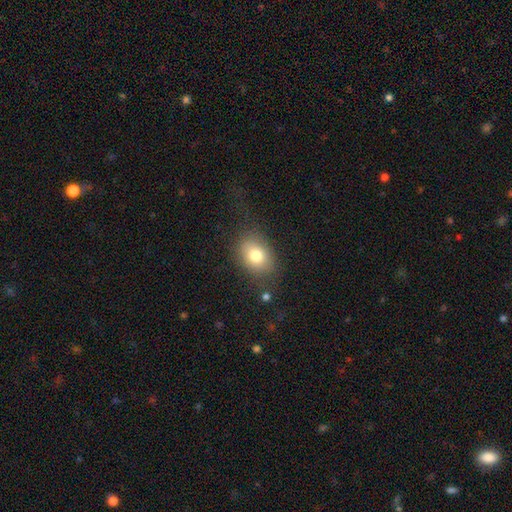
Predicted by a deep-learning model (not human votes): Smooth or featured?
  - smooth: 78% *
  - featured or disk: 12%
  - star or artifact: 10%
How rounded?
  - in between: 66% *
  - round: 33%
  - cigar-shaped: 1%
Merging?
  - none: 74% *
  - minor disturbance: 16%
  - major disturbance: 8%
  - merger: 2%